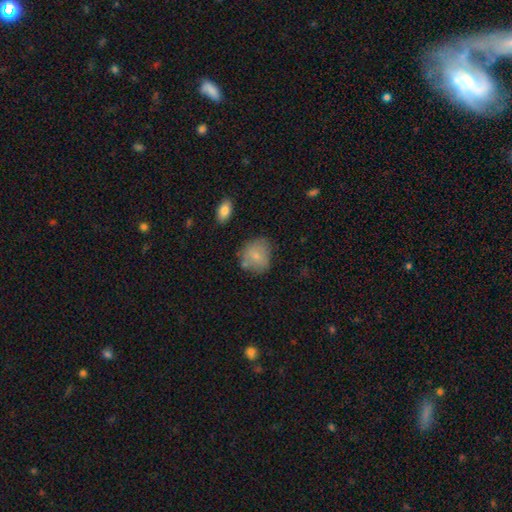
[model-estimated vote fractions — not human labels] Morphology: type=smooth (75%); roundness=round (75%); merging=none (64%).